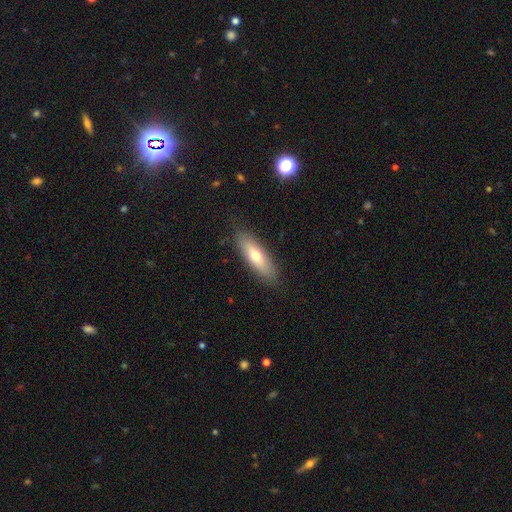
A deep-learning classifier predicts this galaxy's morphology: The model was most divided on "how rounded": in between: 51%, cigar-shaped: 46%, round: 2%. More confident: merging — none (85%); smooth or featured — smooth (65%).